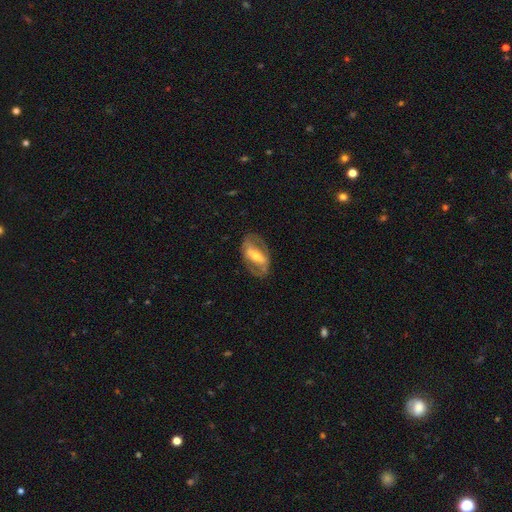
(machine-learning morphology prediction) This is likely a featured or disk galaxy (69%). It is clearly not viewed edge-on (86%). Bar: likely strong (65%). Spiral arm pattern: possibly yes (51%). Central bulge: possibly moderate (51%). Merging: likely none (73%).